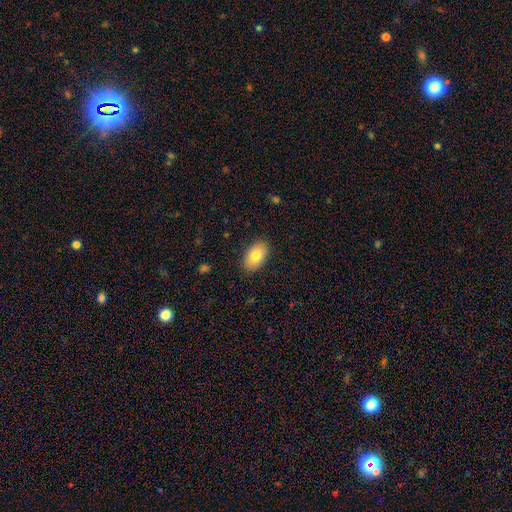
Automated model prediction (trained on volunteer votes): The model was most divided on "smooth or featured": smooth: 81%, featured or disk: 12%, star or artifact: 7%. More confident: how rounded — in between (93%); merging — none (87%).